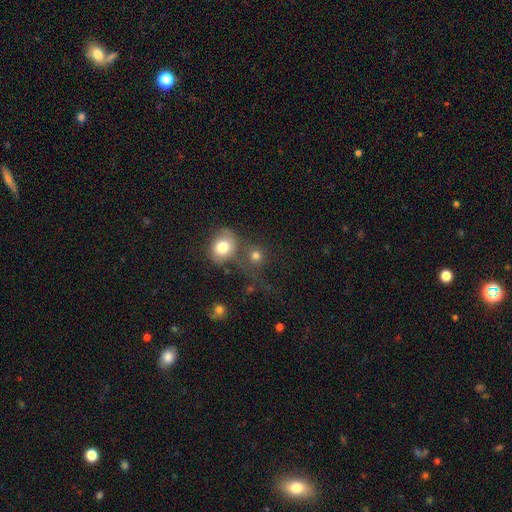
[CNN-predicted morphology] Smooth or featured? Predicted: smooth (p=0.76). How rounded? Predicted: round (p=0.82). Merging? Predicted: none (p=0.52).